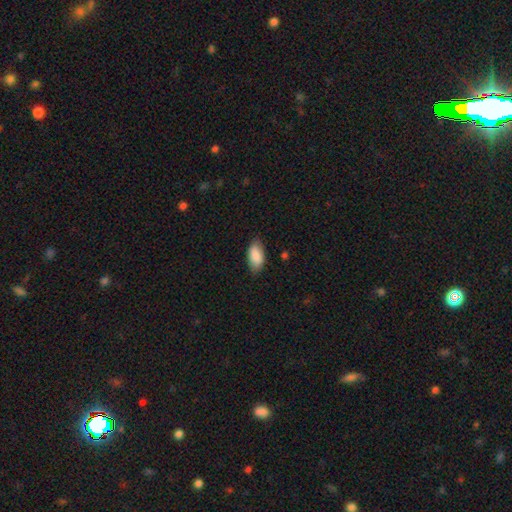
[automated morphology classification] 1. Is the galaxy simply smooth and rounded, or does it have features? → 89% smooth, 6% star or artifact, 6% featured or disk.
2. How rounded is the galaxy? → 93% in between, 5% cigar-shaped, 2% round.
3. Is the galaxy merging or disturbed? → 81% none, 15% minor disturbance, 3% major disturbance, 1% merger.